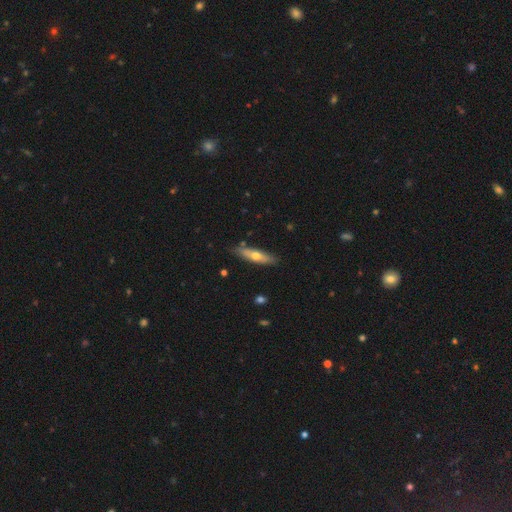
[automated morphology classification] type=smooth (54%); roundness=cigar-shaped (69%); merging=none (82%).